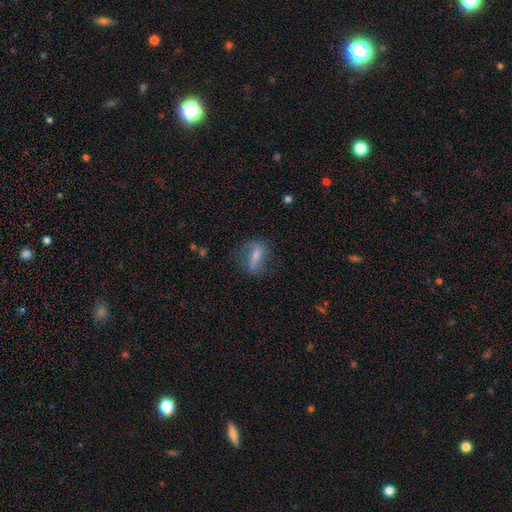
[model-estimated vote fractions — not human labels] A smooth galaxy with no disk features (46%). Merging: none (54%).